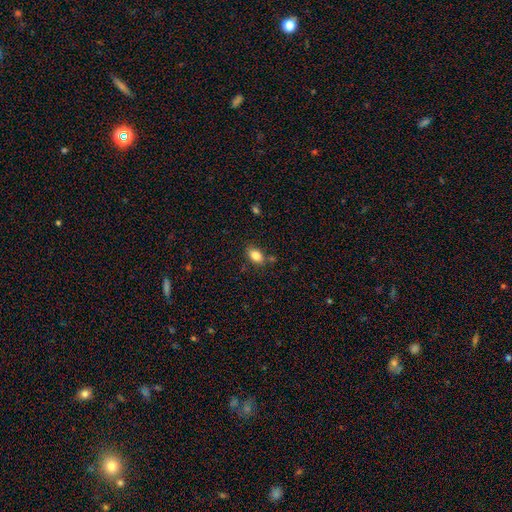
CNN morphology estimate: smooth-or-featured: smooth: 84% | star or artifact: 9% | featured or disk: 7%
  how-rounded: in between: 86% | round: 12% | cigar-shaped: 2%
  merging: none: 77% | minor disturbance: 14% | merger: 6% | major disturbance: 3%